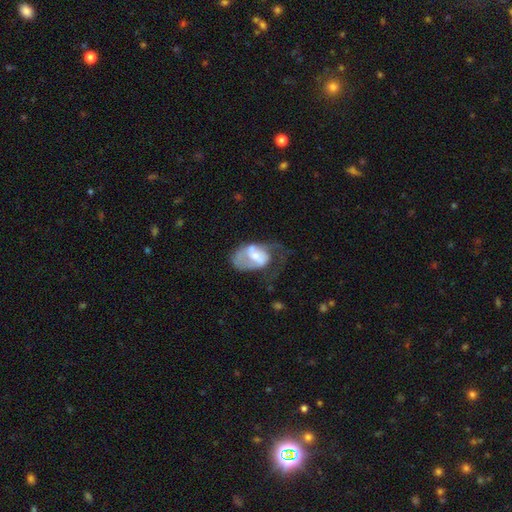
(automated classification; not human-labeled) smooth-or-featured: featured or disk: 61% | smooth: 33% | star or artifact: 7%
  disk-edge-on: no: 97% | yes: 3%
    bar: no: 48% | weak: 38% | strong: 13%
    has-spiral-arms: yes: 65% | no: 35%
    bulge-size: moderate: 41% | small: 40% | large: 10% | none: 8% | dominant: 2%
  merging: major disturbance: 49% | none: 22% | minor disturbance: 19% | merger: 10%